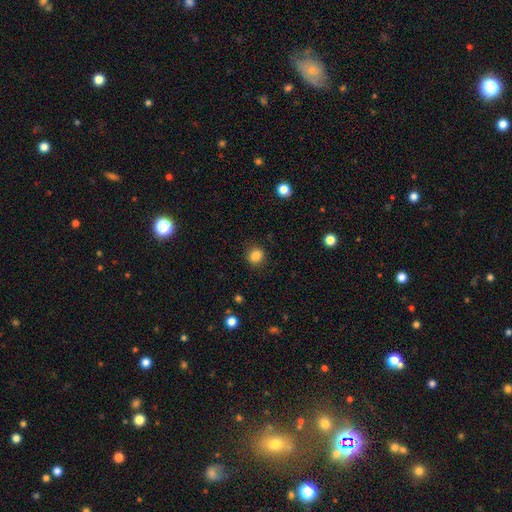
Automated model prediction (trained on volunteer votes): smooth 84%, star or artifact 11%, featured or disk 5%. Down the decision tree: how rounded — round (83%); merging — none (88%).